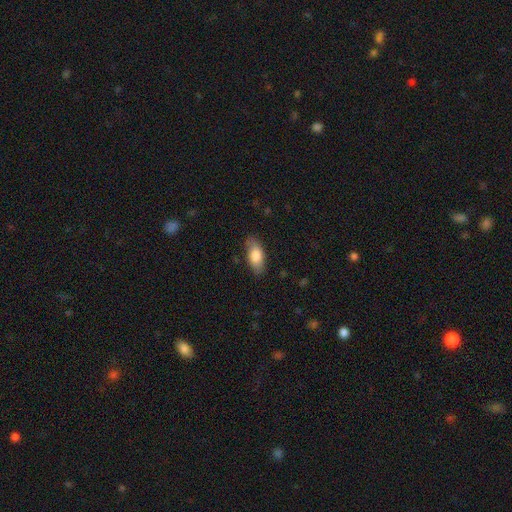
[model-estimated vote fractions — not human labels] smooth 79%, featured or disk 15%, star or artifact 6%. Down the decision tree: how rounded — in between (87%); merging — none (82%).